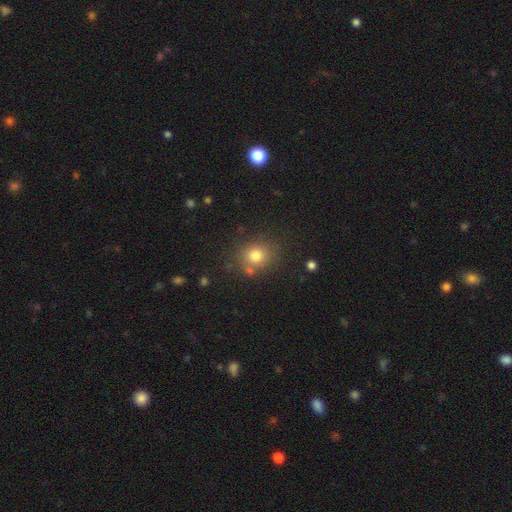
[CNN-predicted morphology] A smooth galaxy with no disk features (77%) that is round (74%). Merging: none (76%).